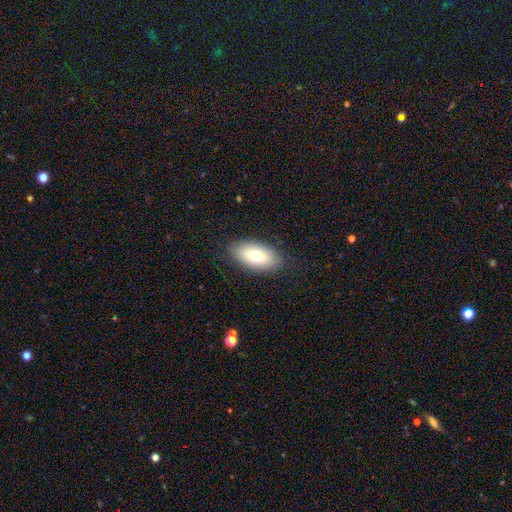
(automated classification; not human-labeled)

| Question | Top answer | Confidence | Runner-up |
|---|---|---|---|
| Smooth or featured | smooth | 72% | featured or disk (20%) |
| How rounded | in between | 92% | round (5%) |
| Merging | none | 86% | minor disturbance (10%) |